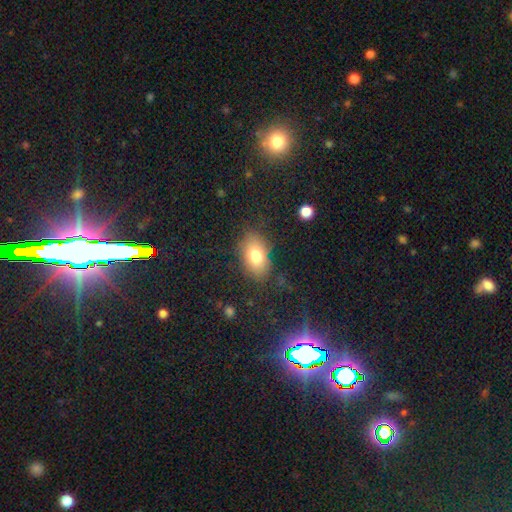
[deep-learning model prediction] smooth-or-featured: smooth: 77% | featured or disk: 13% | star or artifact: 10%
  how-rounded: in between: 84% | round: 14% | cigar-shaped: 2%
  merging: none: 80% | minor disturbance: 13% | major disturbance: 5% | merger: 1%